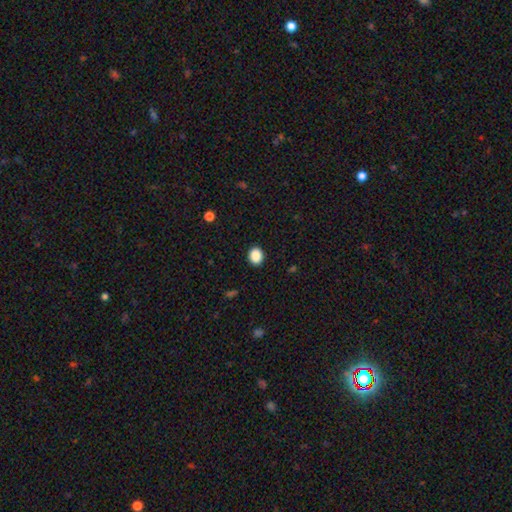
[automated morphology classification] A smooth galaxy with no disk features (88%) that is round (61%). Merging: none (91%).